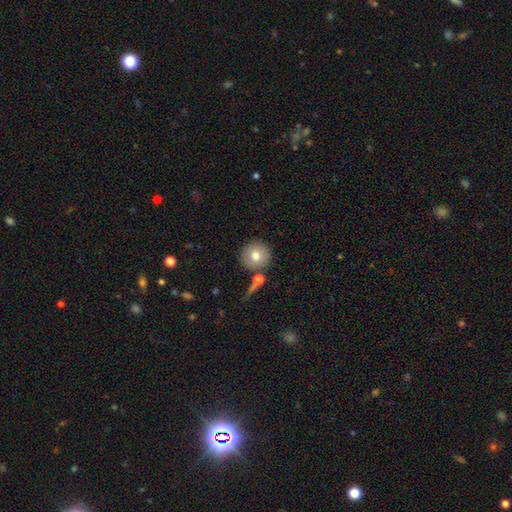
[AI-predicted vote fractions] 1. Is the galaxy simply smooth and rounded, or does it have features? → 76% smooth, 15% featured or disk, 9% star or artifact.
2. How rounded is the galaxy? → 95% round, 4% in between, 1% cigar-shaped.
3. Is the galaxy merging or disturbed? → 79% none, 10% merger, 8% minor disturbance, 3% major disturbance.